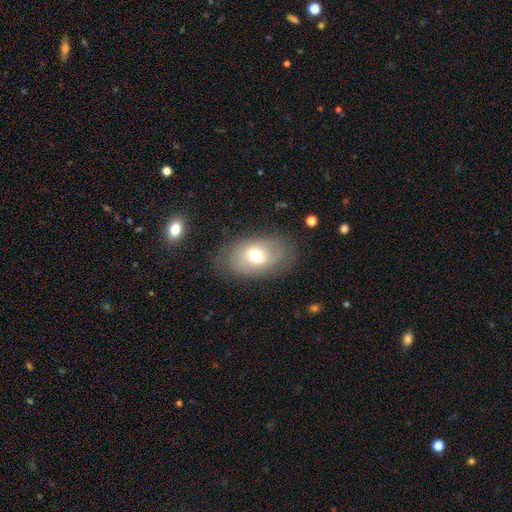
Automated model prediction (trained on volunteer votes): Q: Smooth or featured?
A: smooth (53%); runner-up: featured or disk (37%)
Q: How rounded?
A: in between (86%); runner-up: round (13%)
Q: Merging?
A: none (77%); runner-up: minor disturbance (15%)